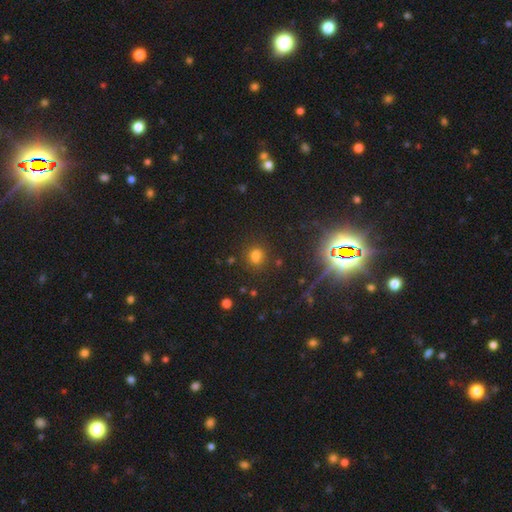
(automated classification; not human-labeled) This is likely a smooth galaxy (62%). How rounded: likely round (73%). Merging: clearly none (83%).